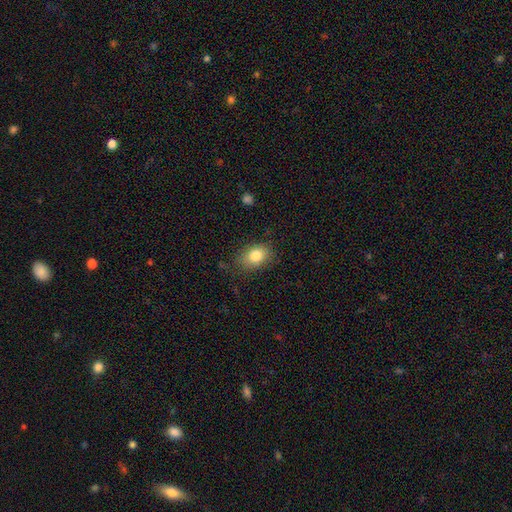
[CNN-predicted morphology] Smooth or featured? smooth (81%)
How rounded? in between (77%)
Merging? none (78%)